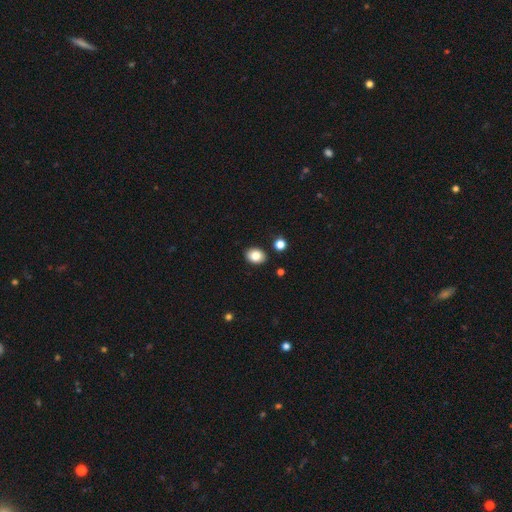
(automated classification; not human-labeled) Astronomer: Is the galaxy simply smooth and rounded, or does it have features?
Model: smooth — 83%.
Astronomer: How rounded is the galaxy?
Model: in between — 60% (runner-up: round, 39%).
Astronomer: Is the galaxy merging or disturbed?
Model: none — 89%.